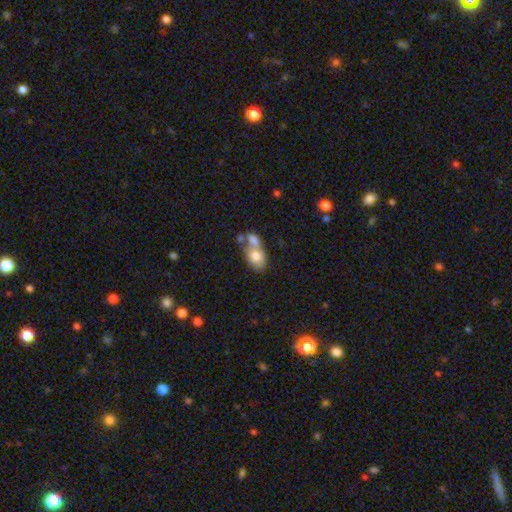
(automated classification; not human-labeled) Smooth or featured? Predicted: smooth (p=0.73). How rounded? Predicted: in between (p=0.81). Merging? Predicted: merger (p=0.56).